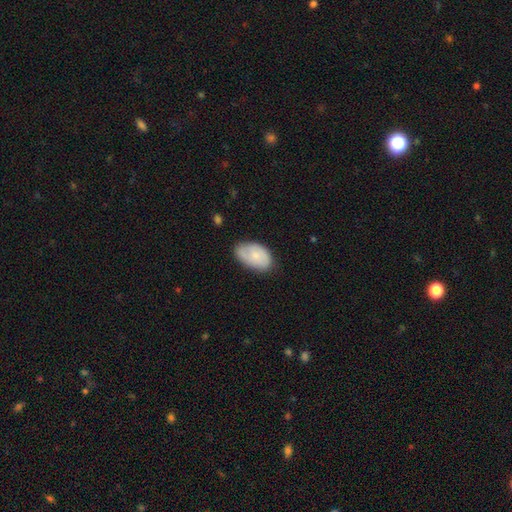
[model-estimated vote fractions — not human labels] Q: Smooth or featured?
A: smooth (68%); runner-up: featured or disk (25%)
Q: How rounded?
A: in between (92%); runner-up: round (7%)
Q: Merging?
A: none (67%); runner-up: minor disturbance (26%)